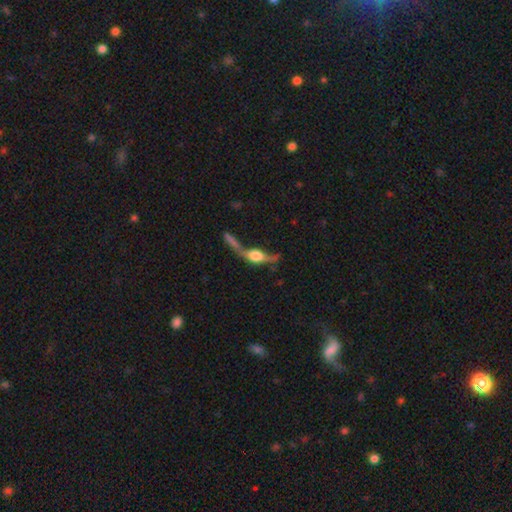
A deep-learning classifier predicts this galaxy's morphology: Smooth or featured? featured or disk (62%)
Edge-on disk? yes (76%)
Merging? merger (38%)